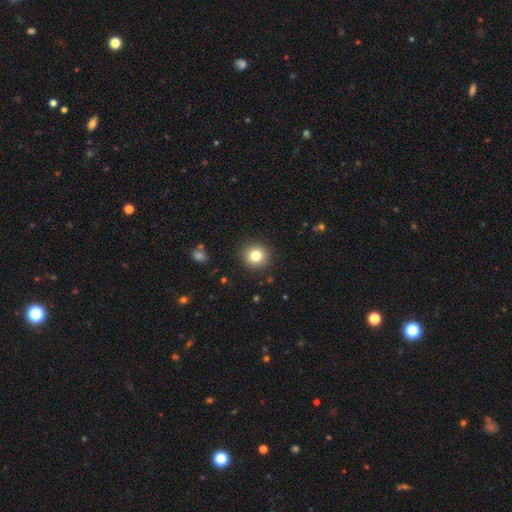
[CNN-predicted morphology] Q: Smooth or featured?
A: smooth (81%); runner-up: star or artifact (11%)
Q: How rounded?
A: round (92%); runner-up: in between (7%)
Q: Merging?
A: none (91%); runner-up: minor disturbance (6%)